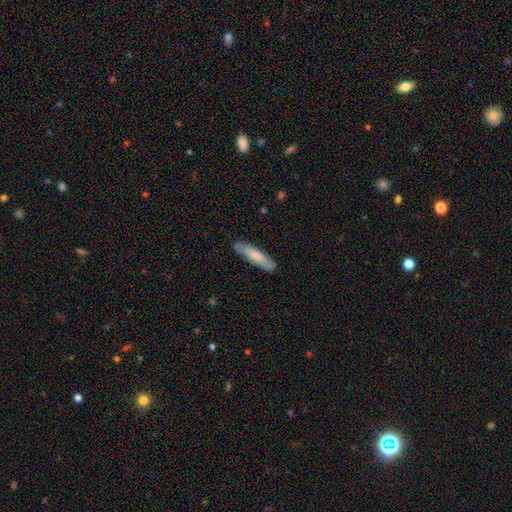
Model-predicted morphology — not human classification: Overall: smooth (75%). How rounded: cigar-shaped (81%). Merging: none (86%).